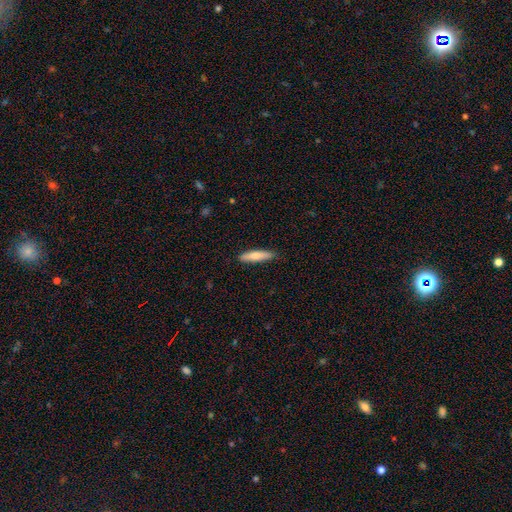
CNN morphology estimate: A smooth galaxy with no disk features (72%) that is cigar-shaped (80%).

Vote fractions:
- Smooth or featured? smooth: 72% / featured or disk: 22% / star or artifact: 5%
- How rounded? cigar-shaped: 80% / in between: 19% / round: 2%
- Merging? none: 87% / minor disturbance: 10% / major disturbance: 2% / merger: 1%